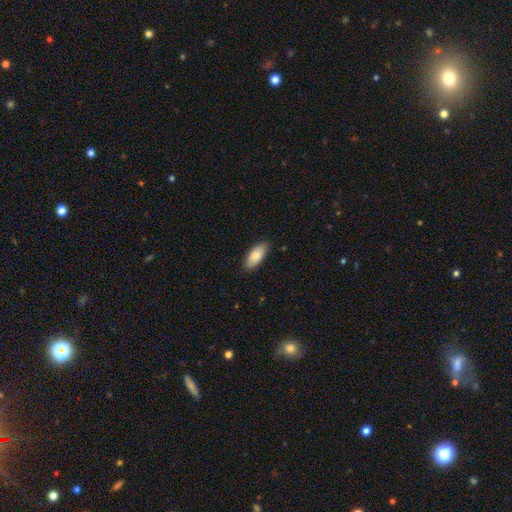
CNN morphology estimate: type=smooth (86%); roundness=in between (86%); merging=none (86%).